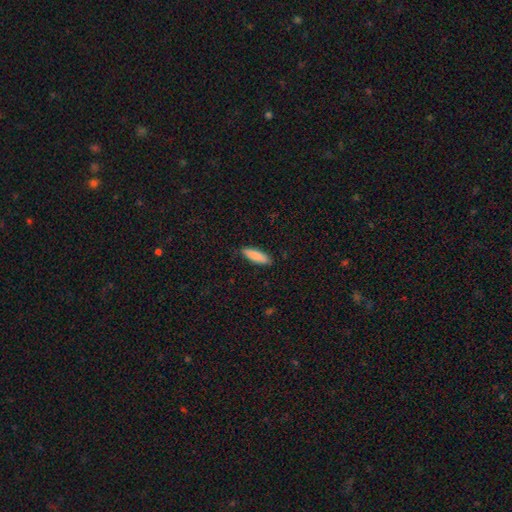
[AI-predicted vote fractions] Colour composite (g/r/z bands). It shows a smooth galaxy with no disk features (88%) that is cigar-shaped (52%). Merging: none (87%).